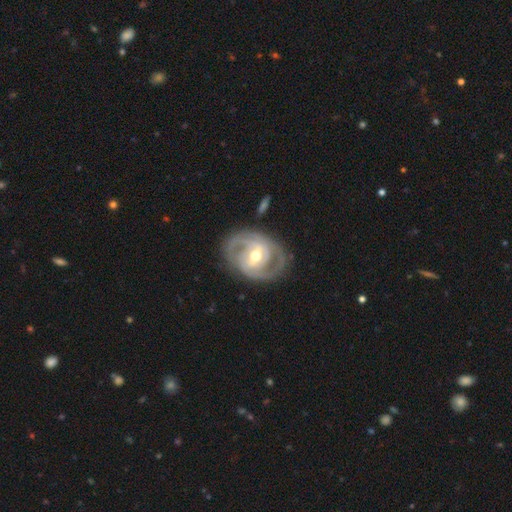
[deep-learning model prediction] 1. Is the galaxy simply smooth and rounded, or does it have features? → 86% featured or disk, 10% smooth, 4% star or artifact.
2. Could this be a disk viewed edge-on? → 96% no, 4% yes.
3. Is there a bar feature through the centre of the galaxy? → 45% weak, 33% strong, 22% no.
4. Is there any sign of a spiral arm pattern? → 89% yes, 11% no.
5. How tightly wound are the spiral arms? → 49% tight, 40% medium, 11% loose.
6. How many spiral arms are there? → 76% 2, 11% can't tell, 8% 3, 3% 1, 2% 4, 2% more than 4.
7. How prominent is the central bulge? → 70% moderate, 24% small, 5% large, 1% none, 1% dominant.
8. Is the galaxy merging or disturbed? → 78% none, 14% minor disturbance, 6% major disturbance, 2% merger.